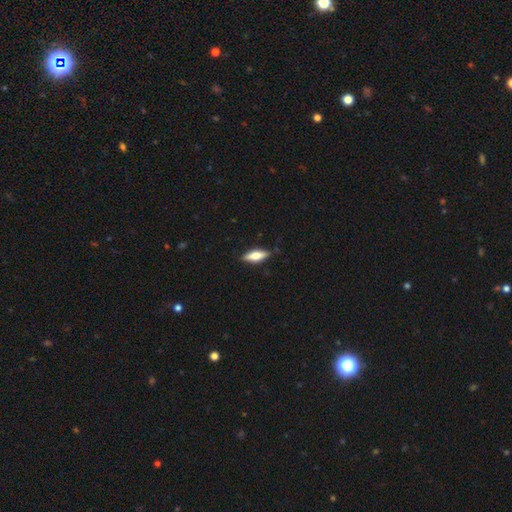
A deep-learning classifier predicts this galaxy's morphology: This is likely a smooth galaxy (61%). How rounded: possibly in between (56%). Merging: clearly none (85%).